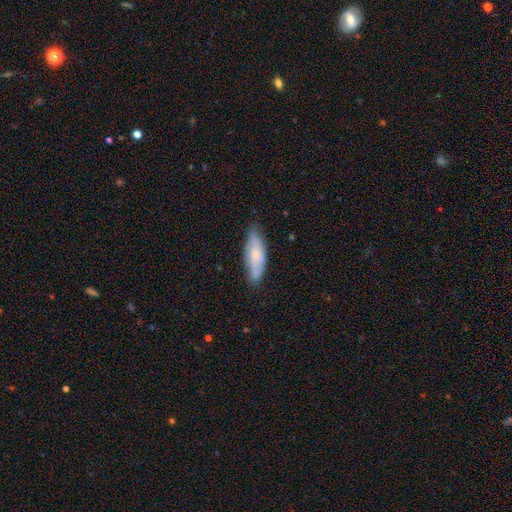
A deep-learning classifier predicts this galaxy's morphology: Smooth or featured? smooth (56%)
How rounded? in between (60%)
Merging? none (69%)